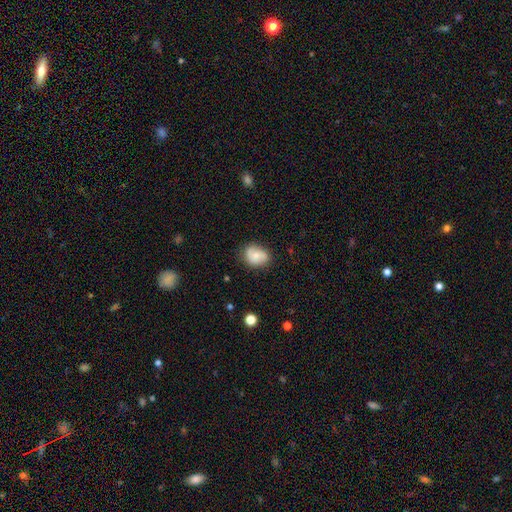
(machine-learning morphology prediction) A smooth galaxy with no disk features (59%) that is in between round and cigar-shaped (57%). Merging: none (74%).